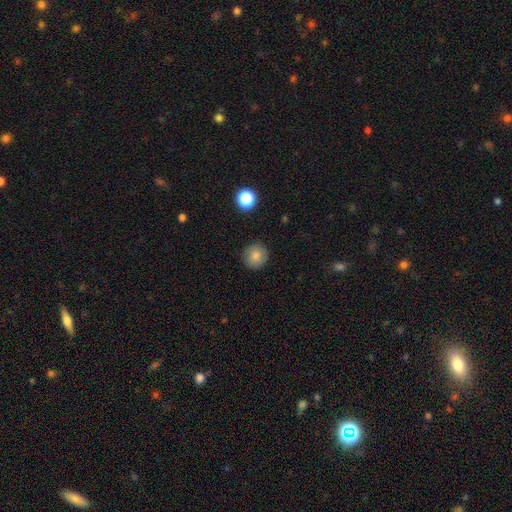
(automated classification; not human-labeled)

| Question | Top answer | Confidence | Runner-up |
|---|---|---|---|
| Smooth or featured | smooth | 82% | star or artifact (10%) |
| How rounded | round | 94% | in between (5%) |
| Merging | none | 90% | minor disturbance (7%) |